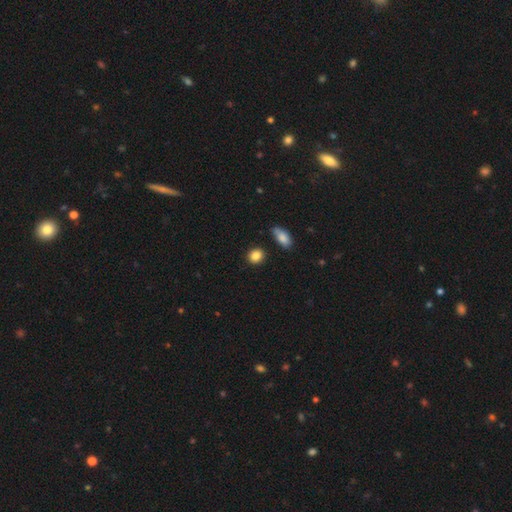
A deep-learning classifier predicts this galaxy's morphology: A smooth galaxy with no disk features (87%) that is round (75%).

Vote fractions:
- Smooth or featured? smooth: 87% / star or artifact: 9% / featured or disk: 4%
- How rounded? round: 75% / in between: 23% / cigar-shaped: 2%
- Merging? none: 84% / minor disturbance: 10% / merger: 4% / major disturbance: 3%